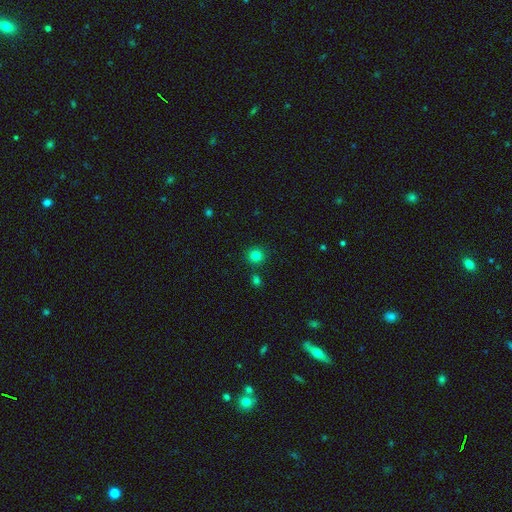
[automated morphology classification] smooth 80%, star or artifact 14%, featured or disk 6%. Down the decision tree: how rounded — round (92%); merging — none (85%).